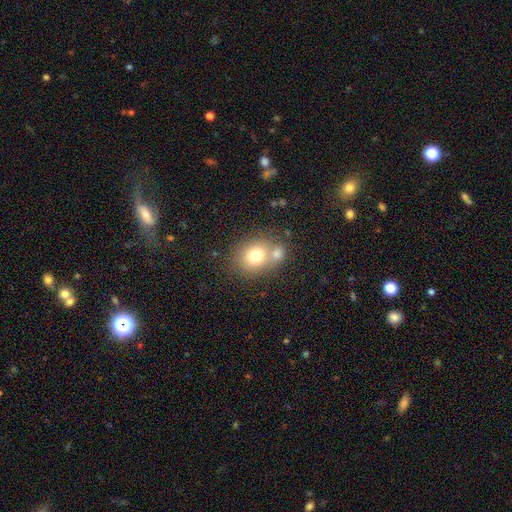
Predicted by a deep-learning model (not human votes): Smooth or featured? Predicted: smooth (p=0.73). How rounded? Predicted: round (p=0.65). Merging? Predicted: none (p=0.48).